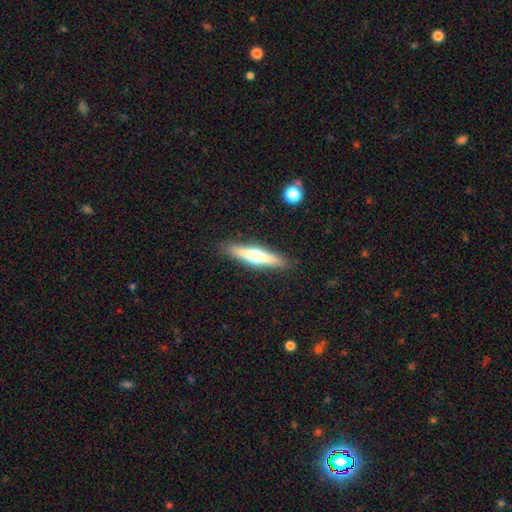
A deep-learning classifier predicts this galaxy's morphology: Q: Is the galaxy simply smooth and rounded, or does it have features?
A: featured or disk — 59%.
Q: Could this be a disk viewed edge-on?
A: yes — 96%.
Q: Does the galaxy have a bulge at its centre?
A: rounded — 92%.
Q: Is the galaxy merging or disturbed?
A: none — 90%.